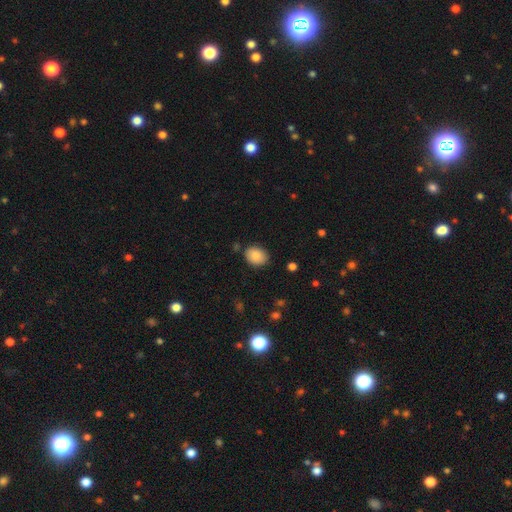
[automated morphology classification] Smooth or featured: smooth — 86% (star or artifact — 8%)
How rounded: in between — 57% (round — 42%)
Merging: none — 81% (minor disturbance — 14%)